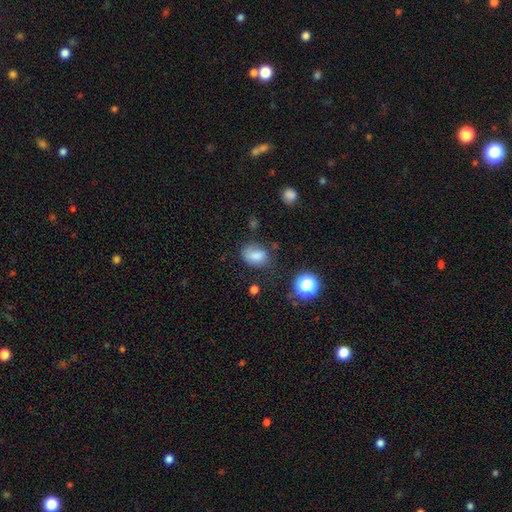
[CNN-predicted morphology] Smooth or featured?
  - smooth: 79% *
  - star or artifact: 12%
  - featured or disk: 9%
How rounded?
  - in between: 74% *
  - round: 25%
  - cigar-shaped: 1%
Merging?
  - none: 59% *
  - minor disturbance: 27%
  - major disturbance: 10%
  - merger: 5%